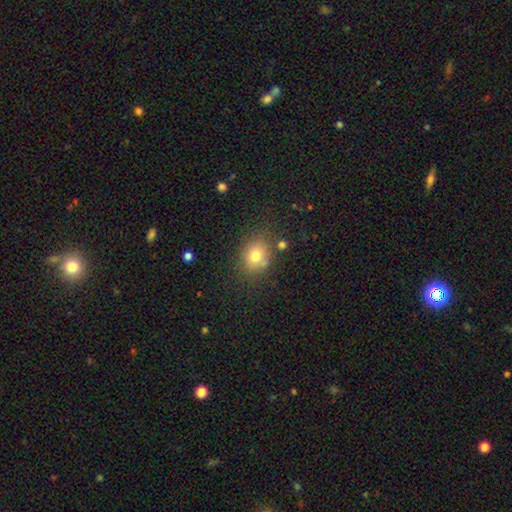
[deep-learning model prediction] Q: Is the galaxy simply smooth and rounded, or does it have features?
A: smooth — 77%.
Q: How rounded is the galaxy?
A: round — 58%.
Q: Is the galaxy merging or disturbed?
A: none — 74%.